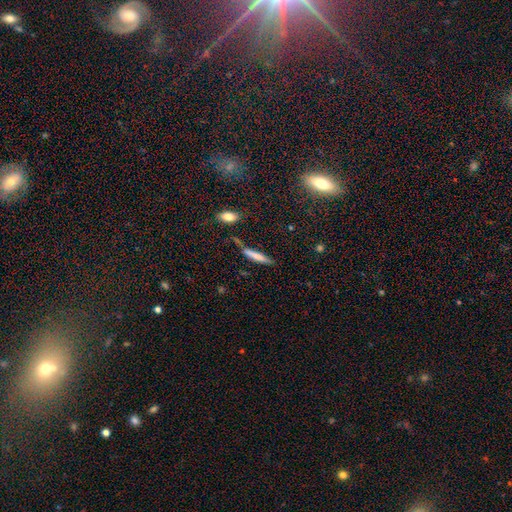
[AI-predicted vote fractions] Q: Smooth or featured?
A: smooth (71%); runner-up: featured or disk (21%)
Q: How rounded?
A: cigar-shaped (89%); runner-up: in between (9%)
Q: Merging?
A: none (66%); runner-up: minor disturbance (19%)